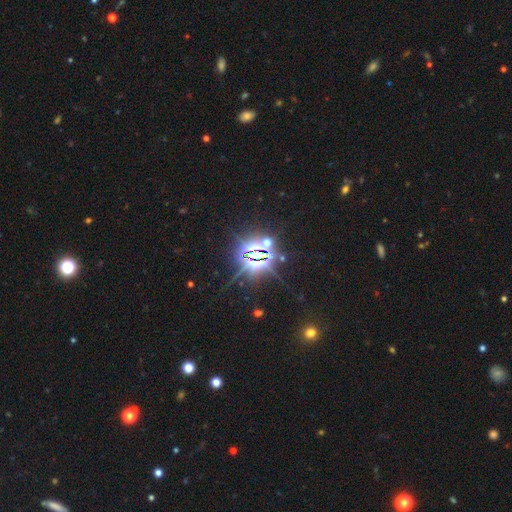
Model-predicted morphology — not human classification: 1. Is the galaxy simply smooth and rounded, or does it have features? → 85% star or artifact, 8% smooth, 8% featured or disk.